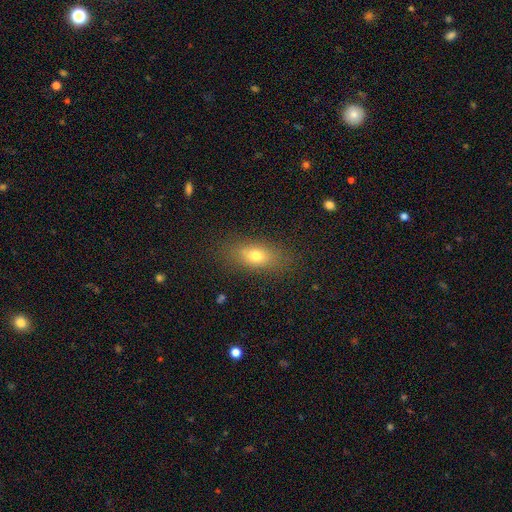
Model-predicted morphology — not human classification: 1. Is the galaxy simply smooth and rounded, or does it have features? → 74% smooth, 15% featured or disk, 11% star or artifact.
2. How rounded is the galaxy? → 78% in between, 11% round, 10% cigar-shaped.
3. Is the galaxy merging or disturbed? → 81% none, 13% minor disturbance, 5% major disturbance, 1% merger.